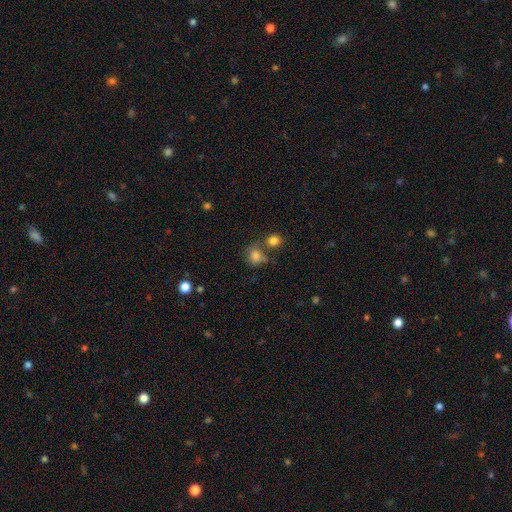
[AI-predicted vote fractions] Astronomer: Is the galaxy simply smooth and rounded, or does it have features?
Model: smooth — 81%.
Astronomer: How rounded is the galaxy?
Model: round — 73%.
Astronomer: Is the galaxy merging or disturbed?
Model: none — 51%.